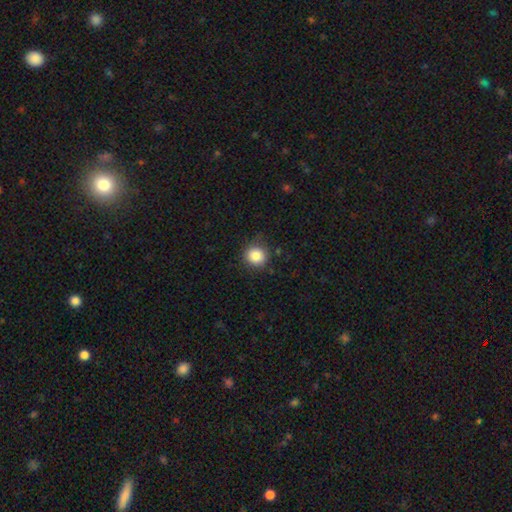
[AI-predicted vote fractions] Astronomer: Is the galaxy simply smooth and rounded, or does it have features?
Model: smooth — 84%.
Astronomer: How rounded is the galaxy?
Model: round — 91%.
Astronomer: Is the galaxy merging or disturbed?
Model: none — 85%.